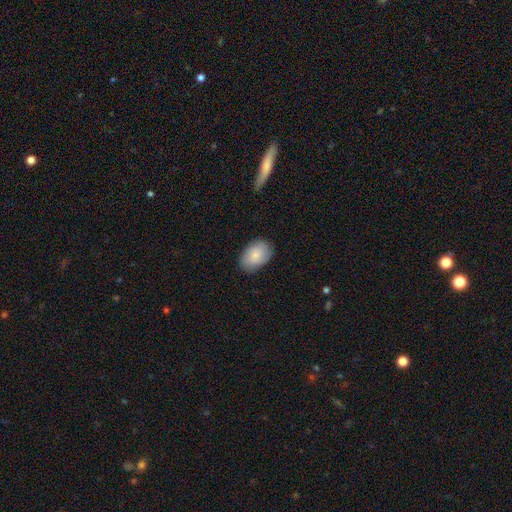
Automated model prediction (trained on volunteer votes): Q: Smooth or featured?
A: smooth (83%); runner-up: featured or disk (11%)
Q: How rounded?
A: in between (86%); runner-up: round (12%)
Q: Merging?
A: none (82%); runner-up: minor disturbance (14%)